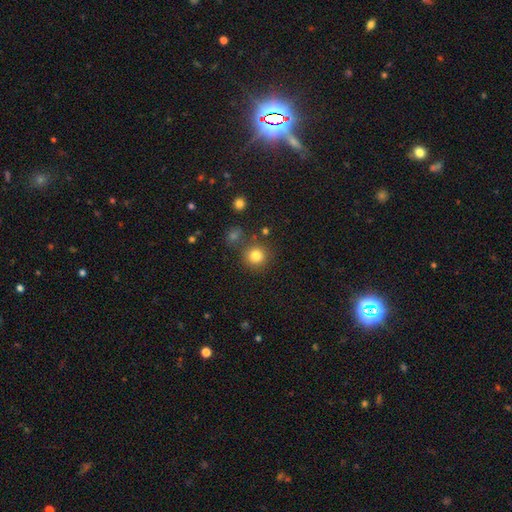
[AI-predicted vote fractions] Smooth or featured?
  - smooth: 82% *
  - star or artifact: 12%
  - featured or disk: 6%
How rounded?
  - round: 92% *
  - in between: 7%
  - cigar-shaped: 1%
Merging?
  - none: 81% *
  - minor disturbance: 9%
  - merger: 7%
  - major disturbance: 4%